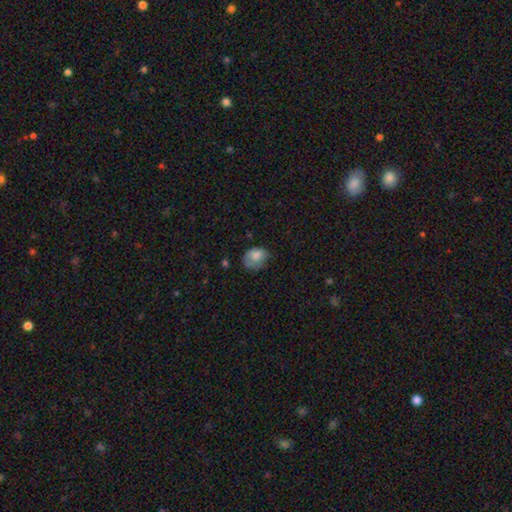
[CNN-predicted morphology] Smooth or featured? Predicted: smooth (p=0.77). How rounded? Predicted: in between (p=0.54). Merging? Predicted: none (p=0.45).